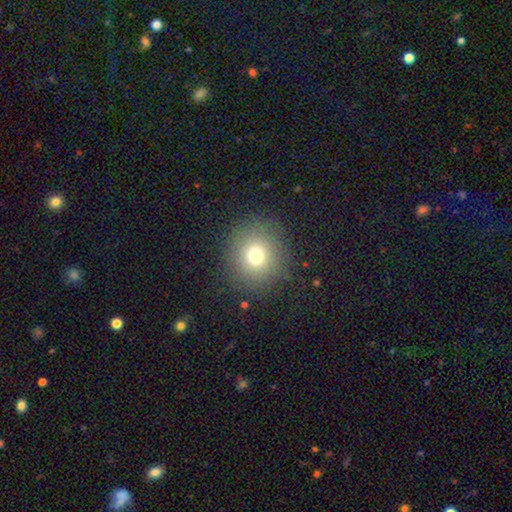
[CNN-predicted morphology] smooth 72%, star or artifact 17%, featured or disk 11%. Down the decision tree: how rounded — round (91%); merging — none (87%).